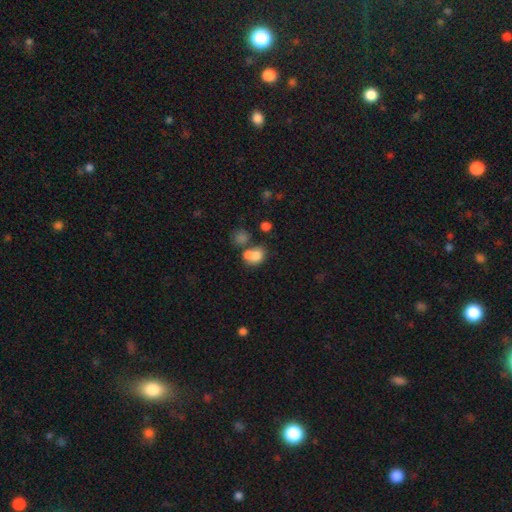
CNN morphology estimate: This is likely a smooth galaxy (74%). How rounded: possibly round (51%). Merging: possibly merger (57%).